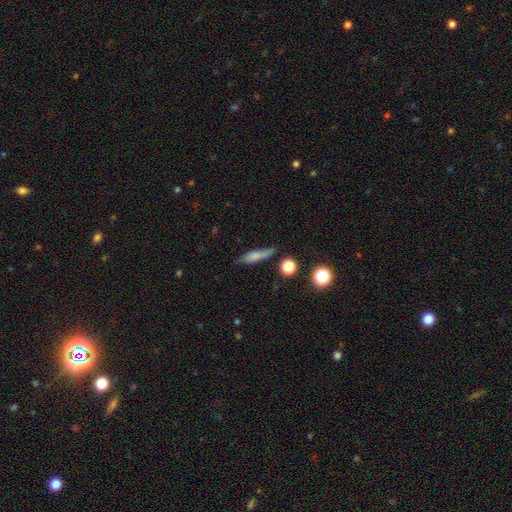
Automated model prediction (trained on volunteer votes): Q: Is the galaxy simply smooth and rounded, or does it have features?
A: smooth — 67%.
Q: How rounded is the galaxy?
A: cigar-shaped — 69%.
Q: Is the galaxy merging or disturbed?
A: none — 65%.